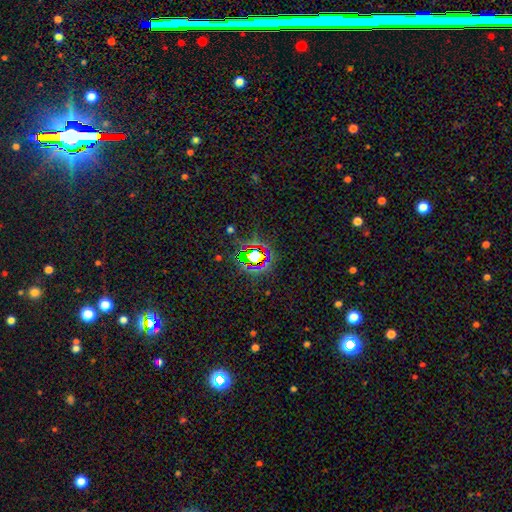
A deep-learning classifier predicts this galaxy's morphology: Smooth or featured? Predicted: star or artifact (p=0.70).